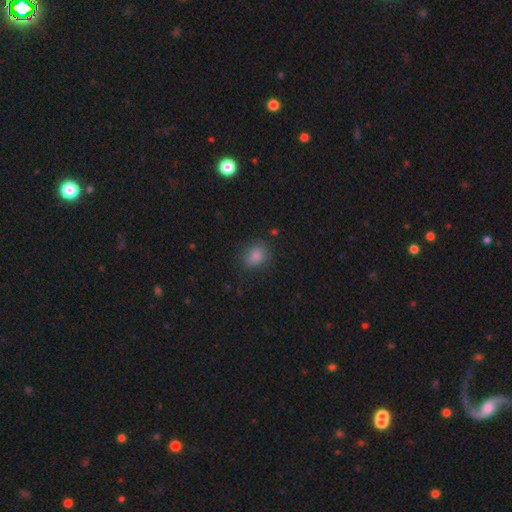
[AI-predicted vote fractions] Smooth or featured?
  - smooth: 80% *
  - star or artifact: 13%
  - featured or disk: 6%
How rounded?
  - round: 56% *
  - in between: 43%
  - cigar-shaped: 1%
Merging?
  - none: 75% *
  - minor disturbance: 17%
  - major disturbance: 5%
  - merger: 2%